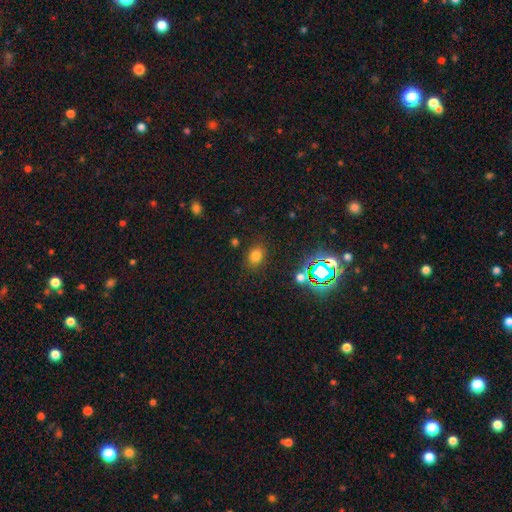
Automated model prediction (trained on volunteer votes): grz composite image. It shows a smooth galaxy with no disk features (73%) that is in between round and cigar-shaped (63%). Merging: none (82%).